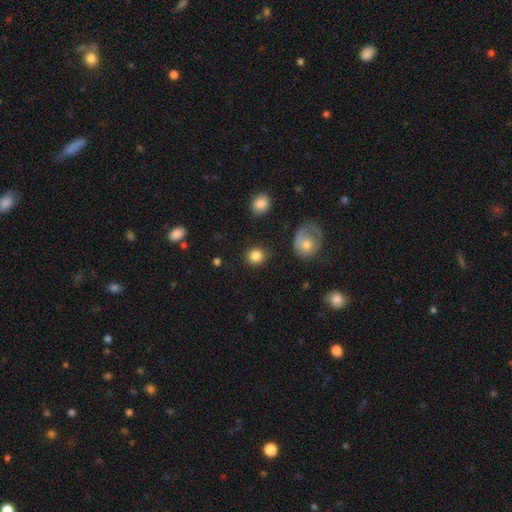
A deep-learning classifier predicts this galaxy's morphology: smooth 85%, star or artifact 10%, featured or disk 5%. Down the decision tree: how rounded — round (86%); merging — none (85%).